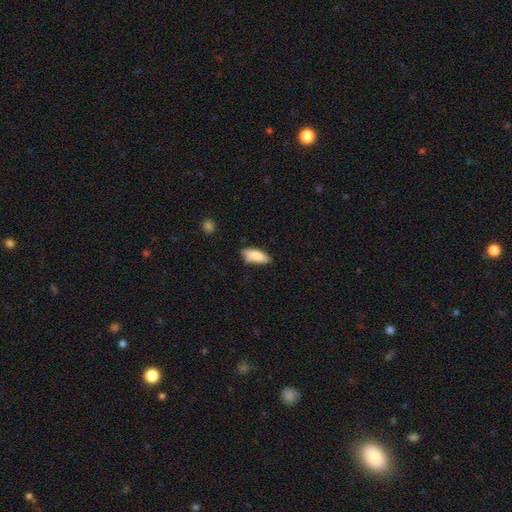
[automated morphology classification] Smooth or featured?
  - smooth: 83% *
  - featured or disk: 10%
  - star or artifact: 6%
How rounded?
  - in between: 76% *
  - cigar-shaped: 22%
  - round: 2%
Merging?
  - none: 70% *
  - minor disturbance: 23%
  - major disturbance: 4%
  - merger: 3%